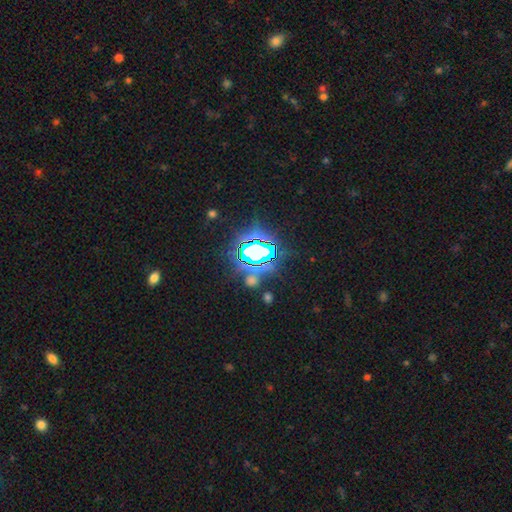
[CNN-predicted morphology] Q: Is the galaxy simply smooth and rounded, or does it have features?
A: star or artifact — 72%.